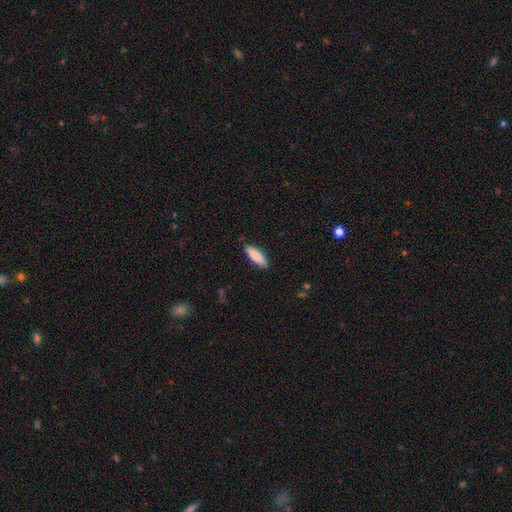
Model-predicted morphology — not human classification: type=smooth (85%); roundness=in between (55%); merging=none (86%).